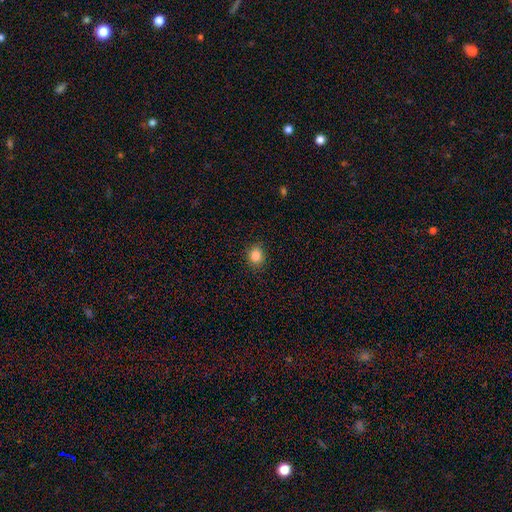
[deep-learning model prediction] smooth_or_featured: smooth (p=0.84) [alt: star or artifact p=0.11]
how_rounded: round (p=0.70) [alt: in between p=0.29]
merging: none (p=0.88) [alt: minor disturbance p=0.09]